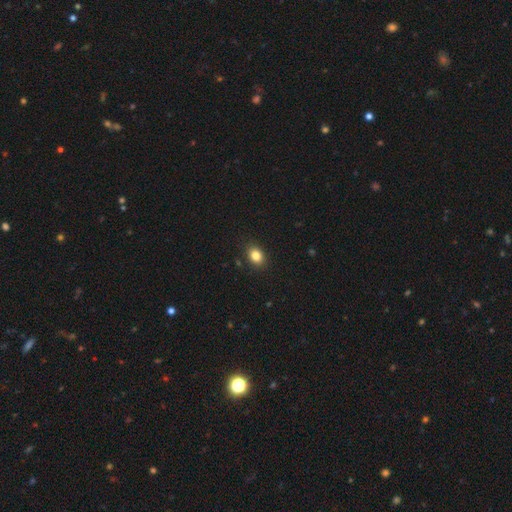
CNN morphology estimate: A smooth galaxy with no disk features (84%) that is in between round and cigar-shaped (61%).

Vote fractions:
- Smooth or featured? smooth: 84% / star or artifact: 10% / featured or disk: 6%
- How rounded? in between: 61% / round: 38% / cigar-shaped: 1%
- Merging? none: 88% / minor disturbance: 9% / major disturbance: 2% / merger: 1%